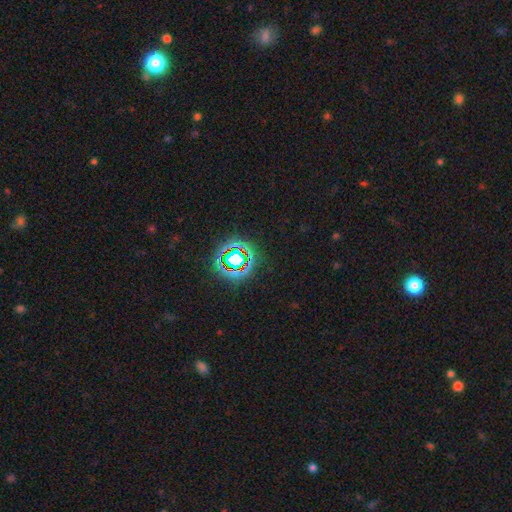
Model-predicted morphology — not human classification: This appears to be a star or artifact, not a galaxy (76%).